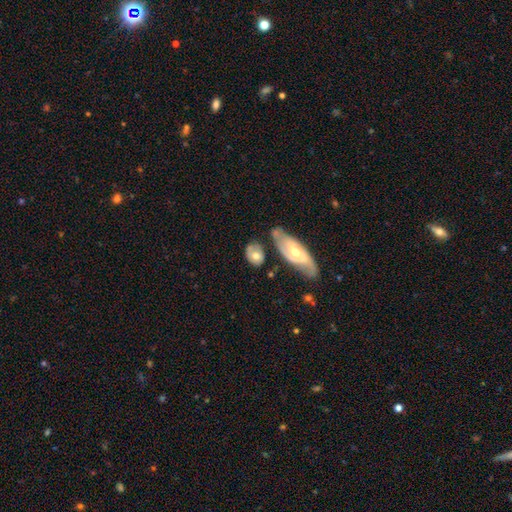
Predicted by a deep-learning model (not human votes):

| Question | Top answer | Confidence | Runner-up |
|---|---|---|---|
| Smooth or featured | smooth | 60% | featured or disk (34%) |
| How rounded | in between | 68% | round (28%) |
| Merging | none | 49% | minor disturbance (22%) |